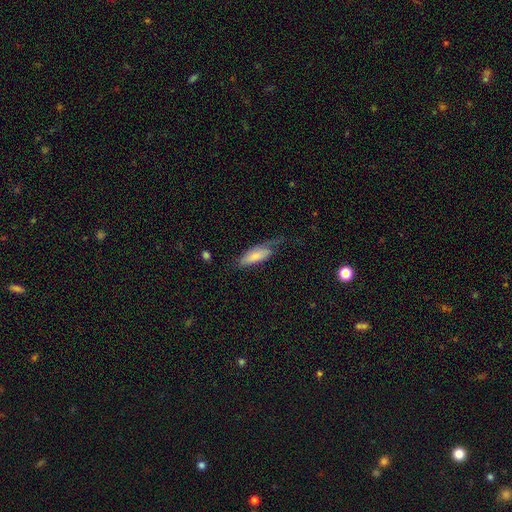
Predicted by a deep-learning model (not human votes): smooth_or_featured: smooth (p=0.70) [alt: featured or disk p=0.24]
how_rounded: in between (p=0.67) [alt: cigar-shaped p=0.30]
merging: none (p=0.37) [alt: minor disturbance p=0.34]